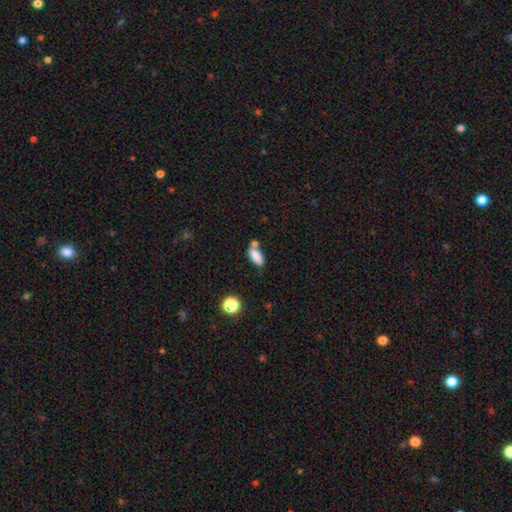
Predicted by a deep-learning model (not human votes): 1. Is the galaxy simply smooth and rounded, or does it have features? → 82% smooth, 10% star or artifact, 8% featured or disk.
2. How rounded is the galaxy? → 83% in between, 13% cigar-shaped, 3% round.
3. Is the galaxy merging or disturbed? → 50% none, 29% merger, 16% minor disturbance, 5% major disturbance.